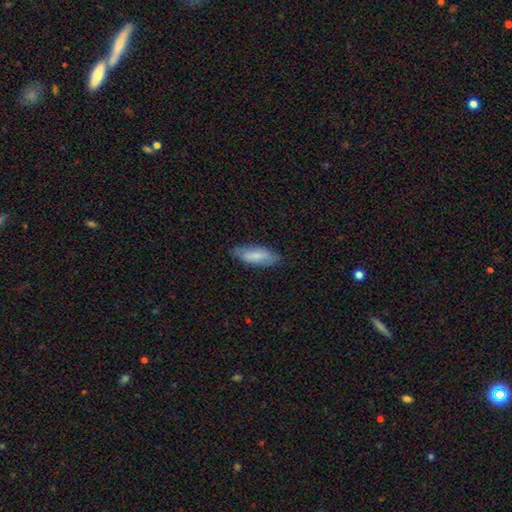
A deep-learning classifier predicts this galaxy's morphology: smooth_or_featured: smooth (p=0.74) [alt: featured or disk p=0.21]
how_rounded: in between (p=0.70) [alt: cigar-shaped p=0.28]
merging: none (p=0.77) [alt: minor disturbance p=0.19]